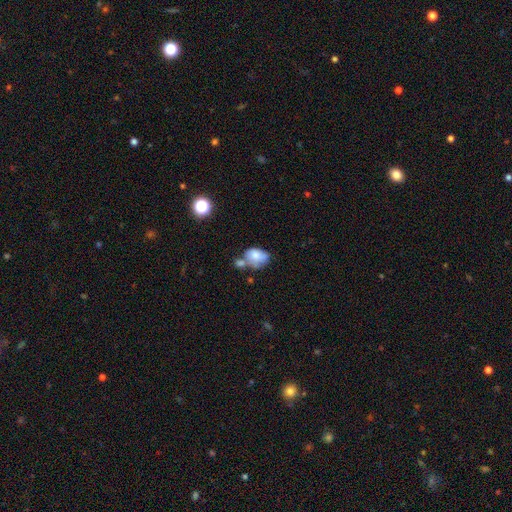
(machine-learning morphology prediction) Smooth or featured?
  - smooth: 72% *
  - featured or disk: 19%
  - star or artifact: 9%
How rounded?
  - in between: 72% *
  - round: 26%
  - cigar-shaped: 1%
Merging?
  - merger: 38% *
  - none: 29%
  - minor disturbance: 22%
  - major disturbance: 11%